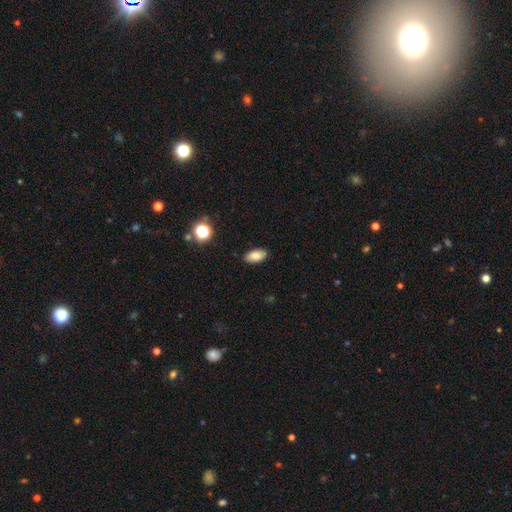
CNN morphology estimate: Smooth or featured? Predicted: smooth (p=0.84). How rounded? Predicted: in between (p=0.92). Merging? Predicted: none (p=0.88).